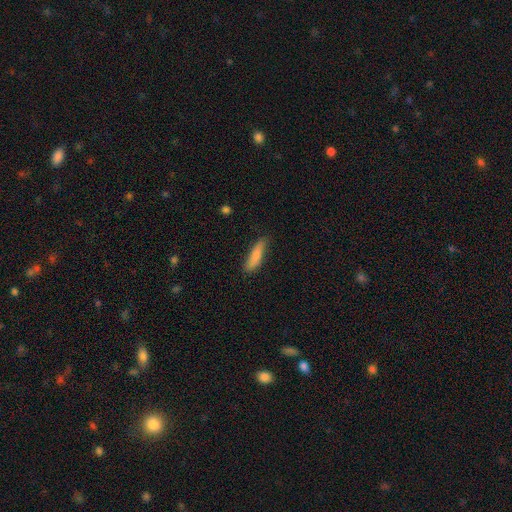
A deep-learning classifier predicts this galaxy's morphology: Smooth or featured: smooth — 80% (featured or disk — 14%)
How rounded: cigar-shaped — 74% (in between — 25%)
Merging: none — 76% (minor disturbance — 19%)